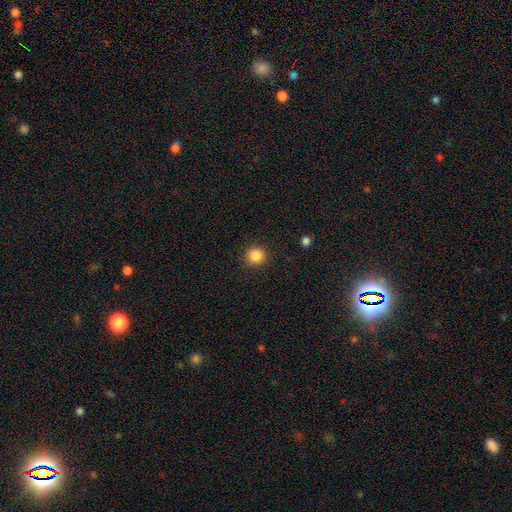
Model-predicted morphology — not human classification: Smooth or featured?
  - smooth: 85% *
  - star or artifact: 11%
  - featured or disk: 4%
How rounded?
  - round: 94% *
  - in between: 5%
  - cigar-shaped: 1%
Merging?
  - none: 91% *
  - minor disturbance: 6%
  - major disturbance: 2%
  - merger: 1%